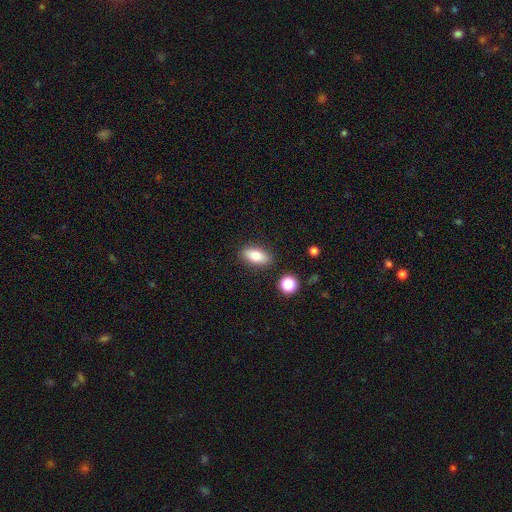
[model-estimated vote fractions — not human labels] Morphology: type=smooth (78%); roundness=in between (83%); merging=none (86%).